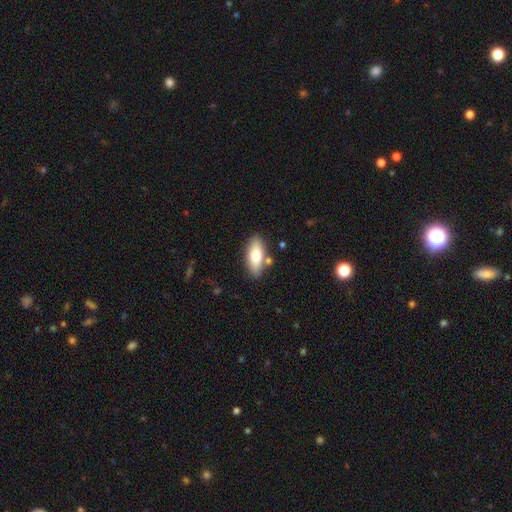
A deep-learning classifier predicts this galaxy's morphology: Smooth or featured?
  - smooth: 73% *
  - featured or disk: 21%
  - star or artifact: 6%
How rounded?
  - in between: 78% *
  - cigar-shaped: 19%
  - round: 3%
Merging?
  - none: 79% *
  - minor disturbance: 12%
  - merger: 7%
  - major disturbance: 3%